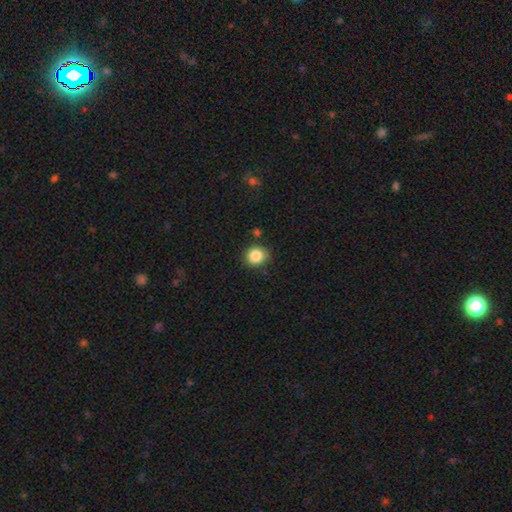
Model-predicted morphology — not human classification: Q: Smooth or featured?
A: smooth (85%); runner-up: star or artifact (10%)
Q: How rounded?
A: round (83%); runner-up: in between (17%)
Q: Merging?
A: none (82%); runner-up: minor disturbance (12%)